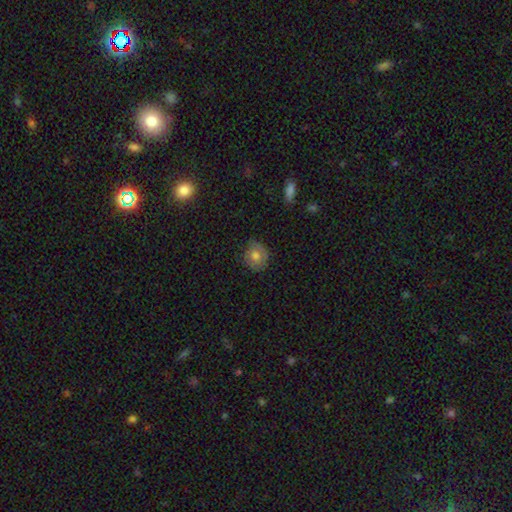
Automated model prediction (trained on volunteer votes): Morphology: type=smooth (65%); roundness=round (76%); merging=none (71%).